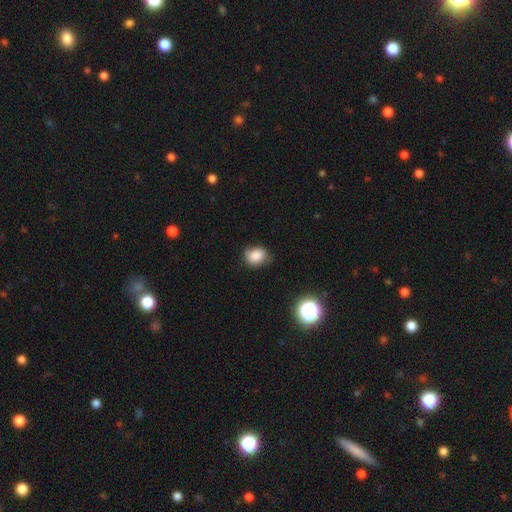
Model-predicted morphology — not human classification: Smooth or featured?
  - smooth: 82% *
  - star or artifact: 10%
  - featured or disk: 7%
How rounded?
  - round: 53% *
  - in between: 46%
  - cigar-shaped: 1%
Merging?
  - none: 62% *
  - minor disturbance: 30%
  - major disturbance: 6%
  - merger: 2%